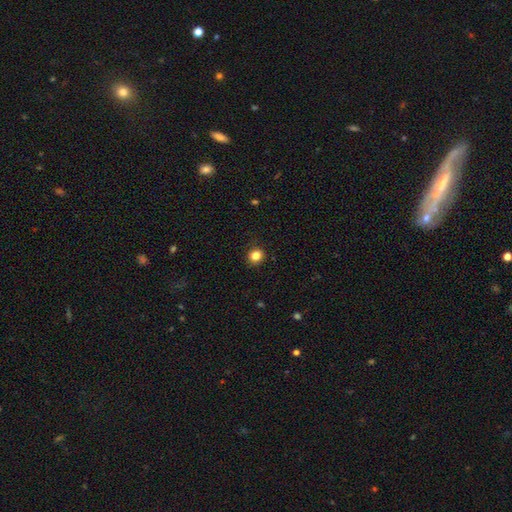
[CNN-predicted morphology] Overall: smooth (83%). How rounded: round (81%). Merging: none (89%).